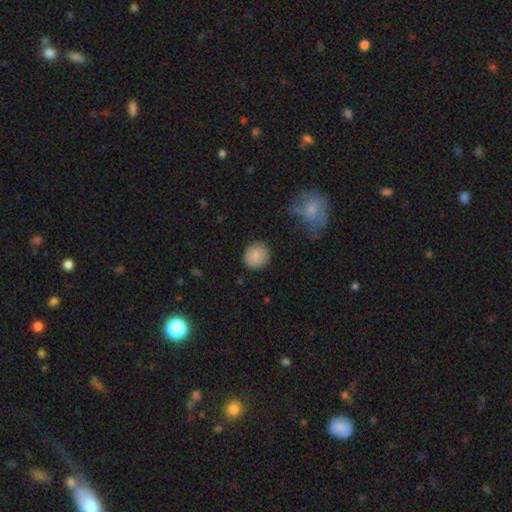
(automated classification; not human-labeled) This is clearly a smooth galaxy (87%). How rounded: clearly round (84%). Merging: clearly none (88%).